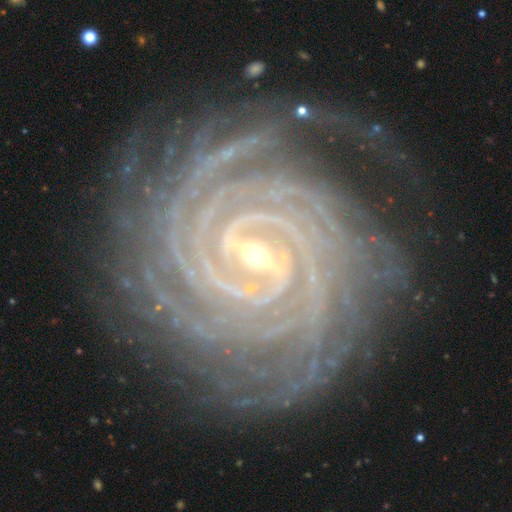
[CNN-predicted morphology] Smooth or featured?
  - featured or disk: 93% *
  - star or artifact: 5%
  - smooth: 3%
Edge-on disk?
  - no: 98% *
  - yes: 2%
Bar?
  - strong: 48% *
  - weak: 38%
  - no: 14%
Spiral arms?
  - yes: 99% *
  - no: 1%
Spiral winding?
  - tight: 90% *
  - medium: 9%
  - loose: 1%
Spiral arm count?
  - more than 4: 28% *
  - 4: 25%
  - 3: 14%
  - can't tell: 13%
  - 2: 12%
  - 1: 9%
Bulge size?
  - small: 67% *
  - moderate: 30%
  - large: 1%
  - none: 1%
  - dominant: 1%
Merging?
  - none: 81% *
  - minor disturbance: 13%
  - major disturbance: 5%
  - merger: 1%